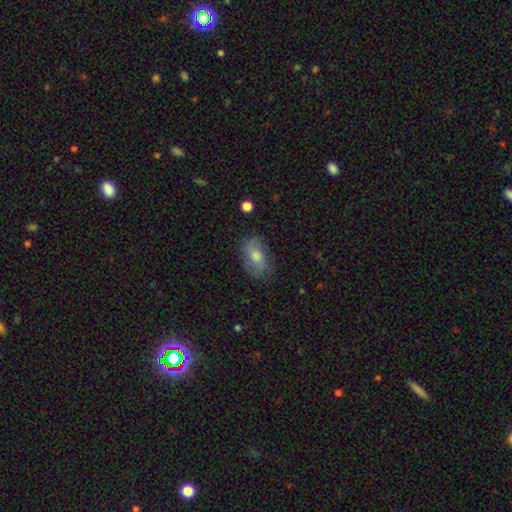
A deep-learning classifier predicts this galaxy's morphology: Smooth or featured: smooth — 48% (featured or disk — 41%)
Merging: none — 76% (minor disturbance — 17%)